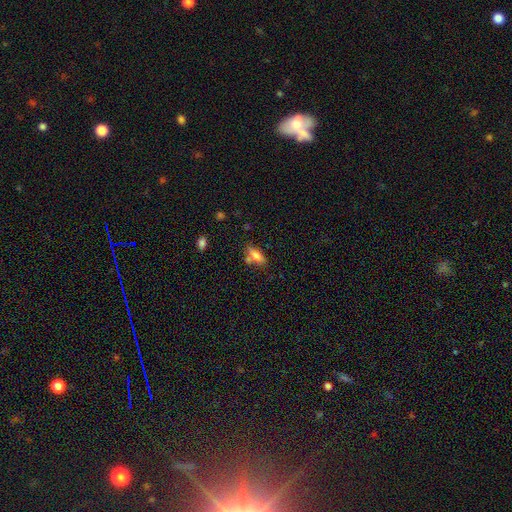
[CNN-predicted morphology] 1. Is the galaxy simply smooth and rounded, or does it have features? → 76% smooth, 16% featured or disk, 8% star or artifact.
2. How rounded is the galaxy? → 76% in between, 21% cigar-shaped, 3% round.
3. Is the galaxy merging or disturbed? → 60% none, 19% merger, 17% minor disturbance, 5% major disturbance.